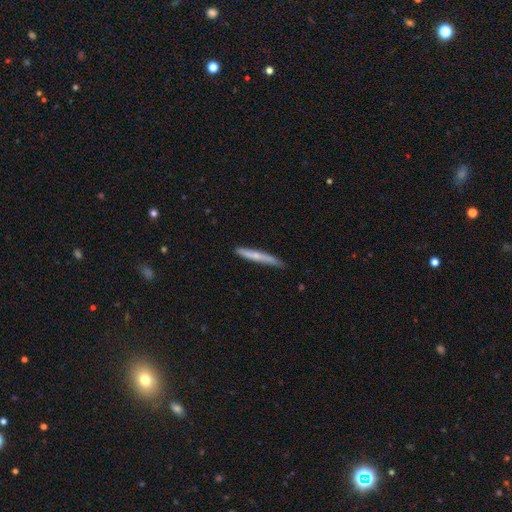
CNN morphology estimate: type=smooth (56%); roundness=cigar-shaped (96%); merging=none (83%).